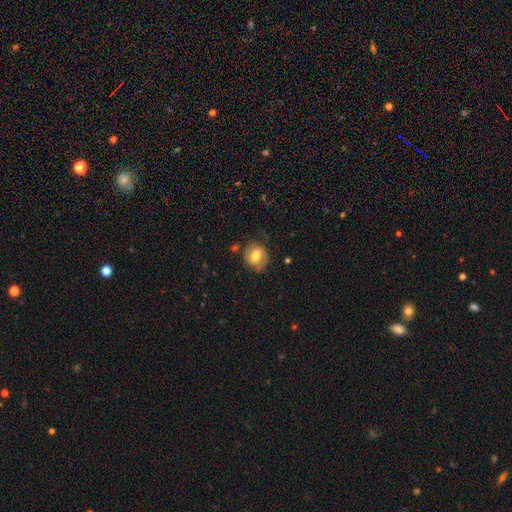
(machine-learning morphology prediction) This is possibly a smooth galaxy (56%). How rounded: possibly round (59%). Merging: likely none (72%).